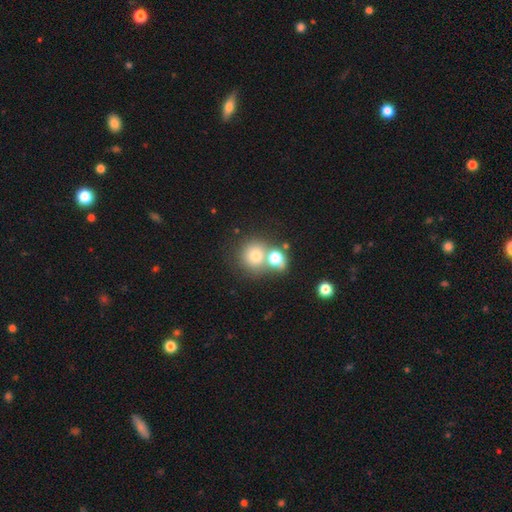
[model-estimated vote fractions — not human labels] The model was most divided on "merging": none: 47%, merger: 41%, minor disturbance: 8%, major disturbance: 4%. More confident: how rounded — round (87%); smooth or featured — smooth (72%).